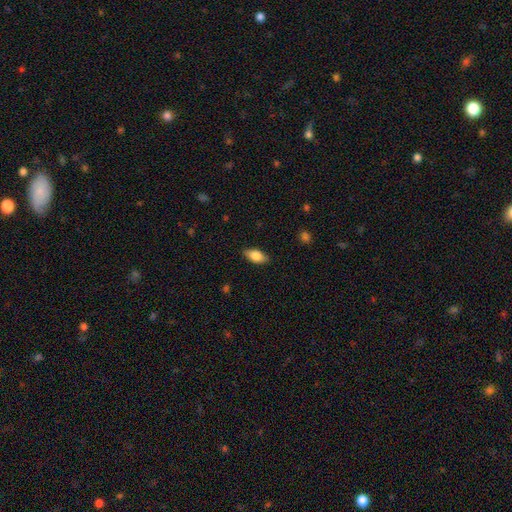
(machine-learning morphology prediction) smooth 79%, featured or disk 14%, star or artifact 7%. Down the decision tree: how rounded — in between (89%); merging — none (85%).